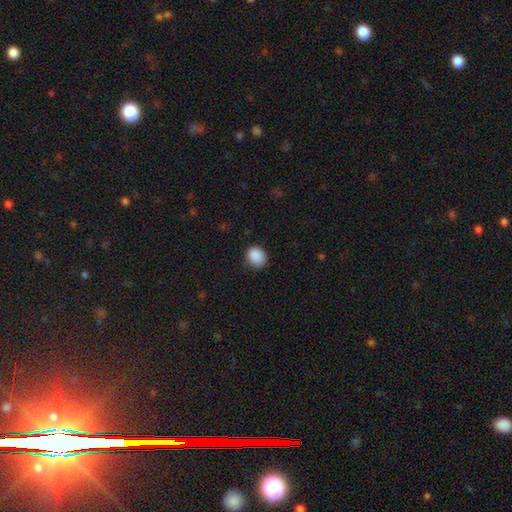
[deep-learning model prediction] This is clearly a smooth galaxy (89%). How rounded: likely round (63%). Merging: clearly none (83%).